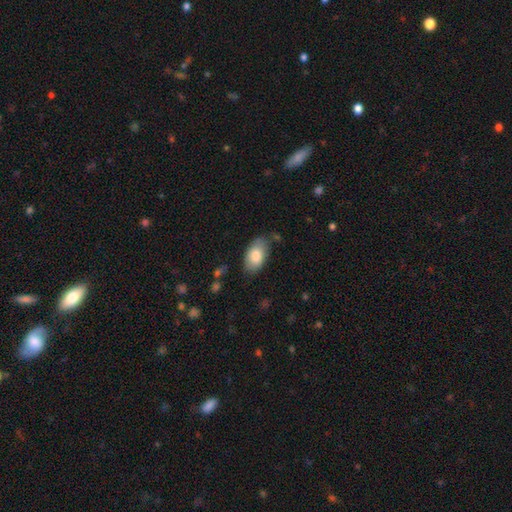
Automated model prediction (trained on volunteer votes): Smooth or featured: smooth — 82% (featured or disk — 12%)
How rounded: in between — 94% (round — 4%)
Merging: none — 70% (minor disturbance — 22%)